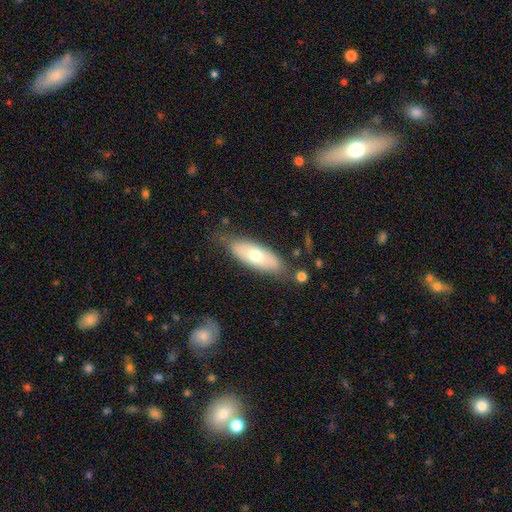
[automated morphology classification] Overall: smooth (60%; featured or disk 33%). How rounded: in between (70%). Merging: none (73%).